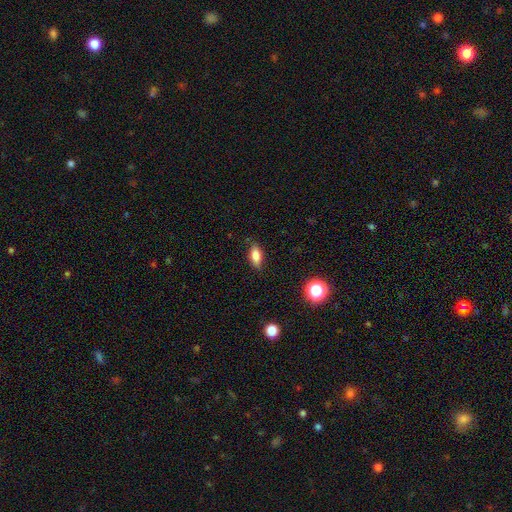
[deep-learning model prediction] Smooth or featured: smooth — 78% (featured or disk — 13%)
How rounded: in between — 79% (cigar-shaped — 16%)
Merging: none — 84% (minor disturbance — 13%)